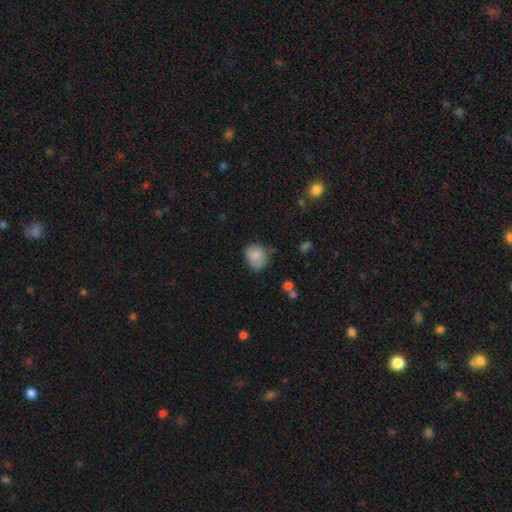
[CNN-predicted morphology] Smooth or featured? smooth (80%)
How rounded? round (53%)
Merging? none (57%)